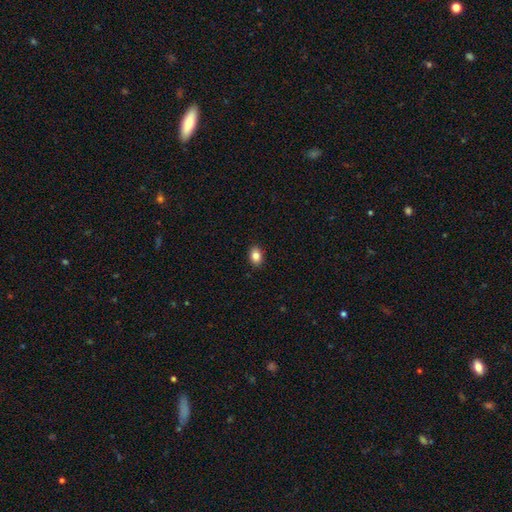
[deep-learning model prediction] This appears to be a smooth galaxy with no disk features (84%) that is in between round and cigar-shaped (74%). Merging: none (90%).